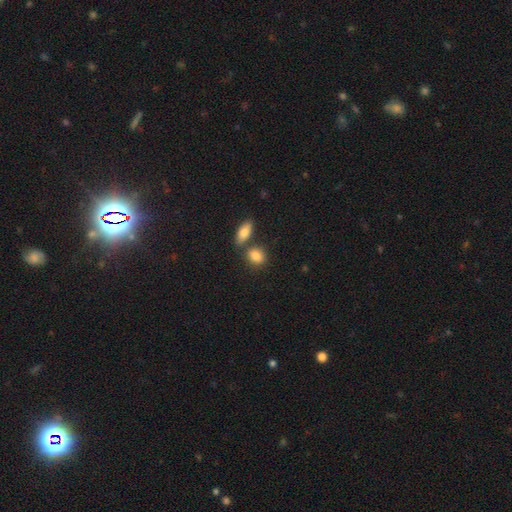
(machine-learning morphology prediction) This is clearly a smooth galaxy (86%). How rounded: likely in between (64%). Merging: likely none (60%).